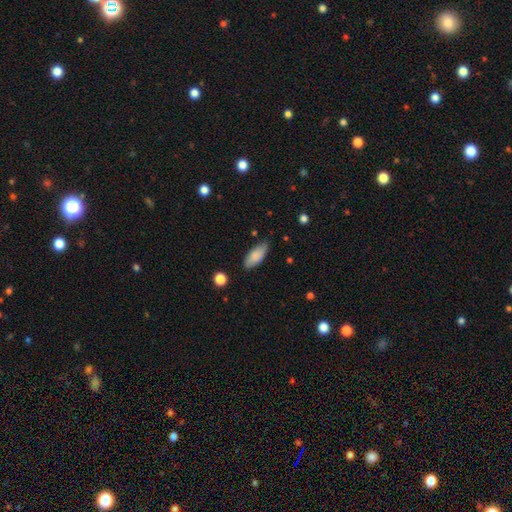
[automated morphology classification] The model was most divided on "merging": none: 79%, minor disturbance: 16%, major disturbance: 3%, merger: 2%. More confident: smooth or featured — smooth (82%); how rounded — in between (82%).